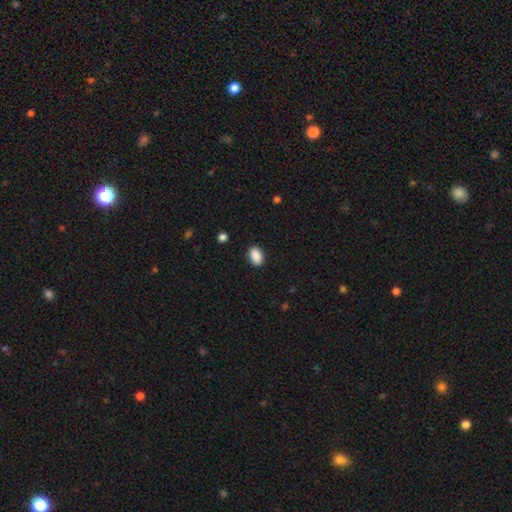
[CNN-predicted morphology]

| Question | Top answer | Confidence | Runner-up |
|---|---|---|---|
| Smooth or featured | smooth | 89% | star or artifact (8%) |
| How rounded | in between | 89% | round (9%) |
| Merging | none | 87% | minor disturbance (9%) |